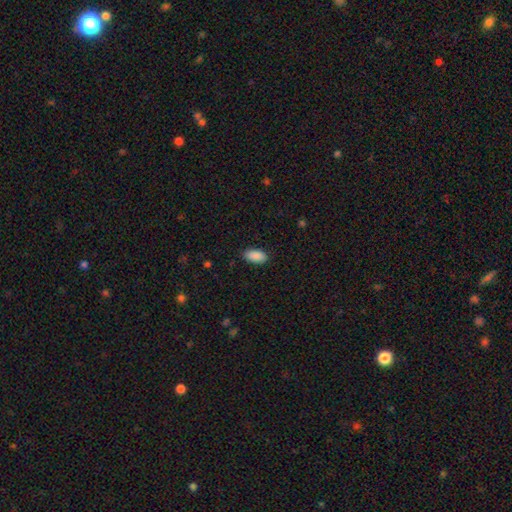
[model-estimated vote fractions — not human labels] Smooth or featured? smooth (90%)
How rounded? in between (94%)
Merging? none (86%)